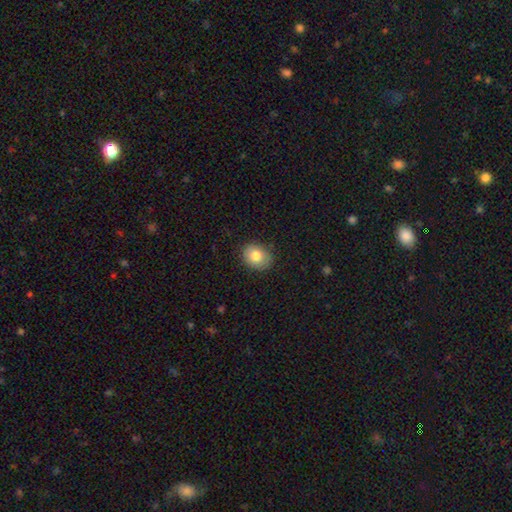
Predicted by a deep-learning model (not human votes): smooth_or_featured: smooth (p=0.81) [alt: featured or disk p=0.10]
how_rounded: round (p=0.57) [alt: in between p=0.43]
merging: none (p=0.85) [alt: minor disturbance p=0.11]